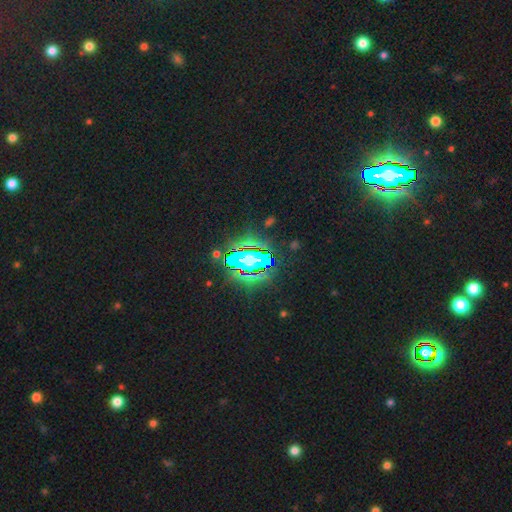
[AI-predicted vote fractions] smooth-or-featured: star or artifact: 83% | smooth: 10% | featured or disk: 7%